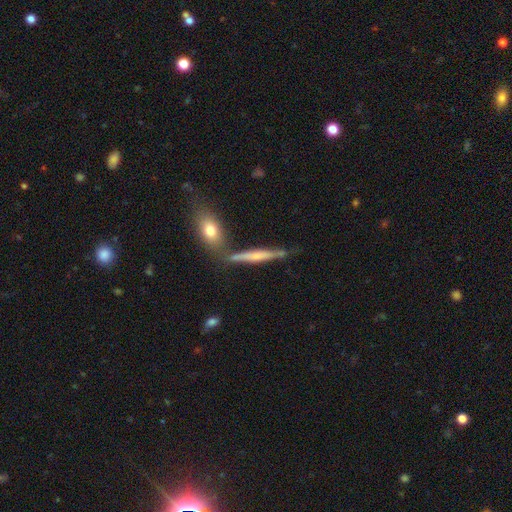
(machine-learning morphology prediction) smooth_or_featured: featured or disk (p=0.54) [alt: smooth p=0.38]
disk_edge_on: yes (p=0.93) [alt: no p=0.07]
edge_on_bulge: rounded (p=0.48) [alt: none p=0.36]
merging: none (p=0.70) [alt: minor disturbance p=0.14]